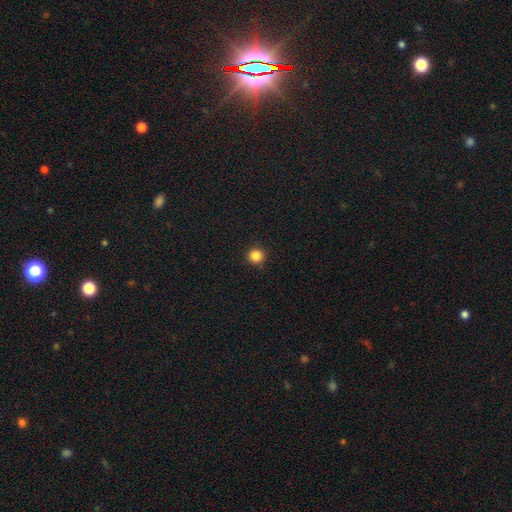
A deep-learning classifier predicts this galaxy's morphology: Overall: smooth (85%). How rounded: round (95%). Merging: none (91%).